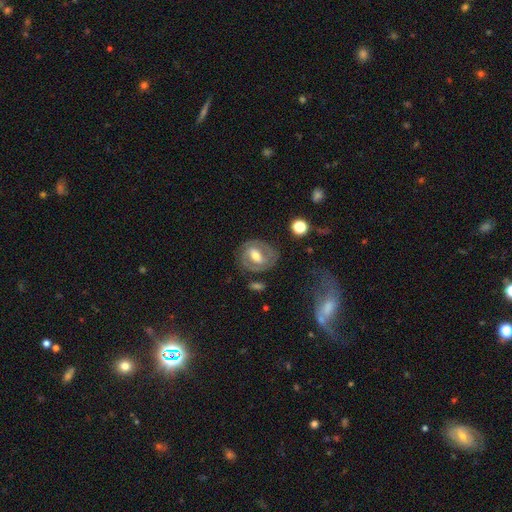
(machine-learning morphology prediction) Overall: featured or disk (71%). Edge-on disk: no (95%). Bar: weak (42%; strong 35%). Spiral arms: yes (74%). Bulge size: moderate (66%). Merging: none (72%).